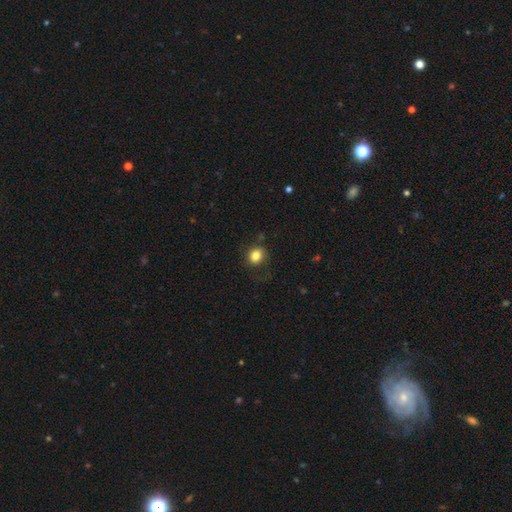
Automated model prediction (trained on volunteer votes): Smooth or featured? Predicted: smooth (p=0.82). How rounded? Predicted: round (p=0.69). Merging? Predicted: none (p=0.70).